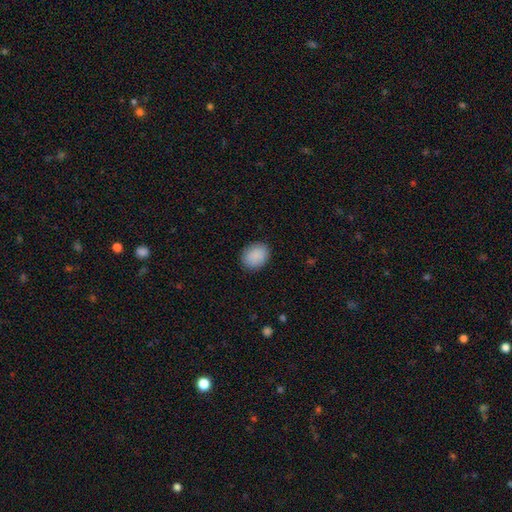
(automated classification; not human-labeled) Q: Smooth or featured?
A: smooth (90%); runner-up: star or artifact (7%)
Q: How rounded?
A: in between (52%); runner-up: round (47%)
Q: Merging?
A: none (88%); runner-up: minor disturbance (9%)